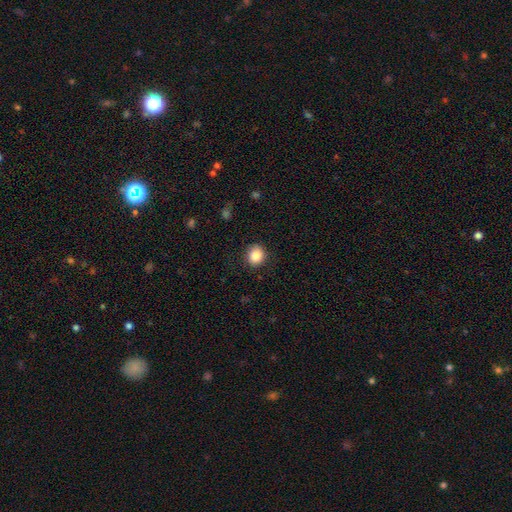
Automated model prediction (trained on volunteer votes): smooth-or-featured: smooth: 86% | star or artifact: 9% | featured or disk: 5%
  how-rounded: round: 75% | in between: 24% | cigar-shaped: 1%
  merging: none: 86% | minor disturbance: 10% | major disturbance: 3% | merger: 1%